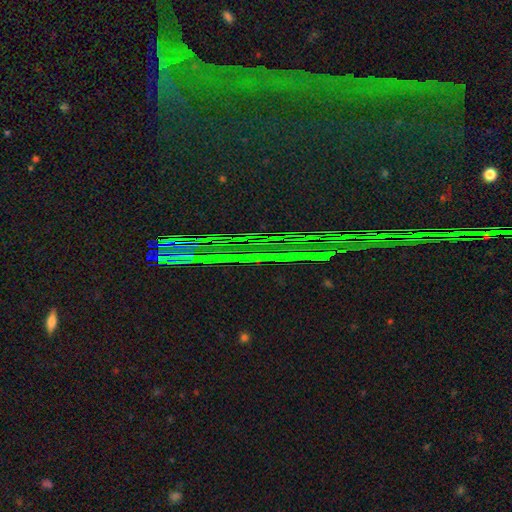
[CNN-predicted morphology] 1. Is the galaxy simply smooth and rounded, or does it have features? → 87% star or artifact, 7% featured or disk, 6% smooth.